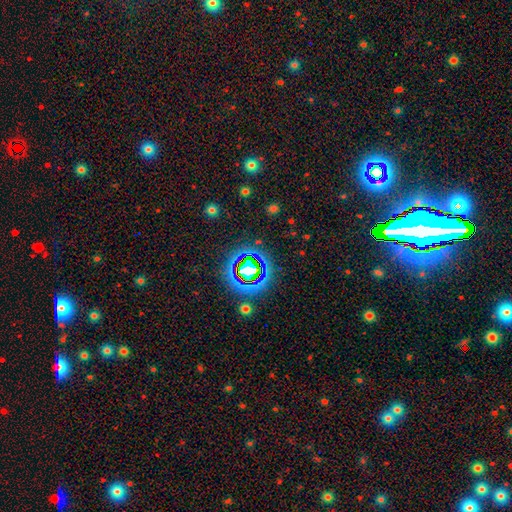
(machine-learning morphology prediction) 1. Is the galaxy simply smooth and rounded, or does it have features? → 62% star or artifact, 23% featured or disk, 15% smooth.